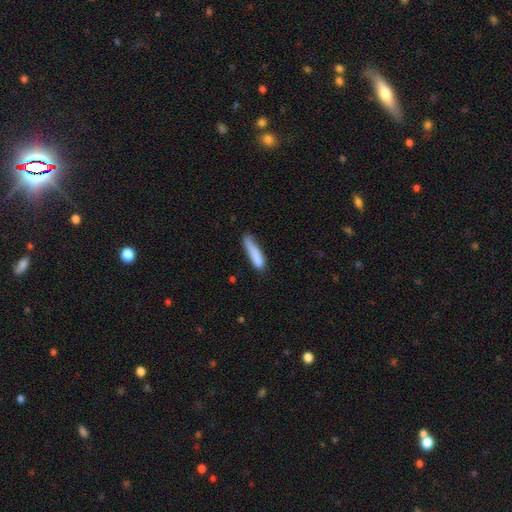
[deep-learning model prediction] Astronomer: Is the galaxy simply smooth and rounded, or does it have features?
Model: smooth — 78%.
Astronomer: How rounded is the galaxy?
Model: cigar-shaped — 81%.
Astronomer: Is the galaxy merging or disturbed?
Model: none — 48% (runner-up: minor disturbance, 31%).